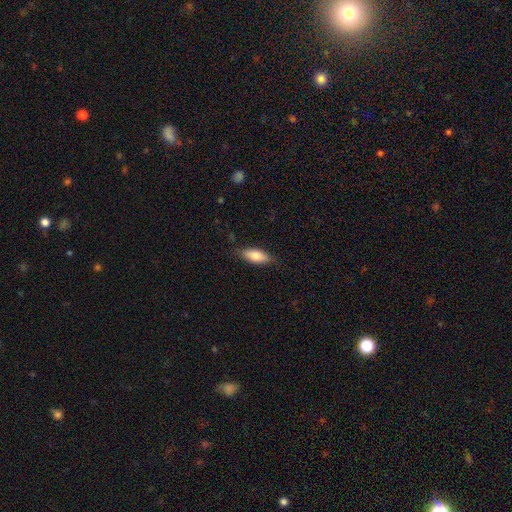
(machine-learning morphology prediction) Smooth or featured? smooth (77%)
How rounded? in between (75%)
Merging? none (80%)